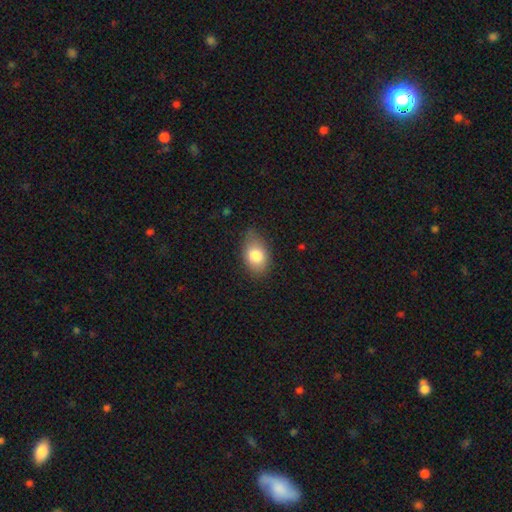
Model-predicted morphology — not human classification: Smooth or featured? smooth (80%)
How rounded? in between (86%)
Merging? none (71%)